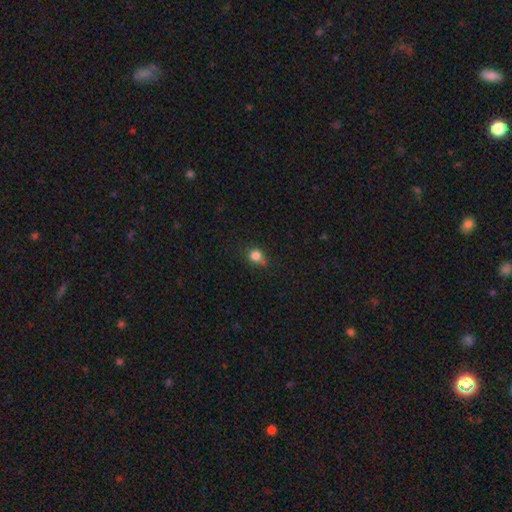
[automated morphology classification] type=smooth (81%); roundness=round (78%); merging=none (57%).